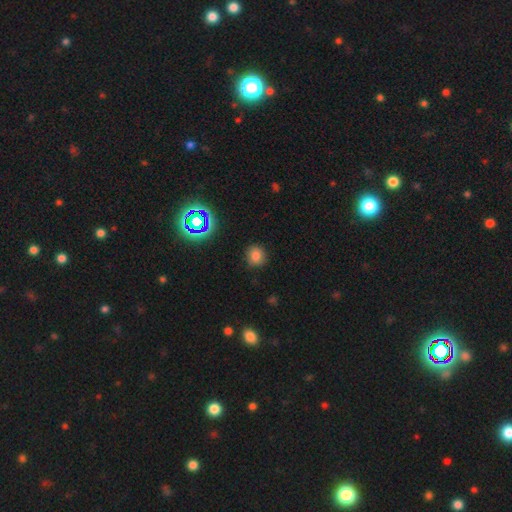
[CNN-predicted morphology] A smooth galaxy with no disk features (76%) that is round (88%). Merging: none (87%).